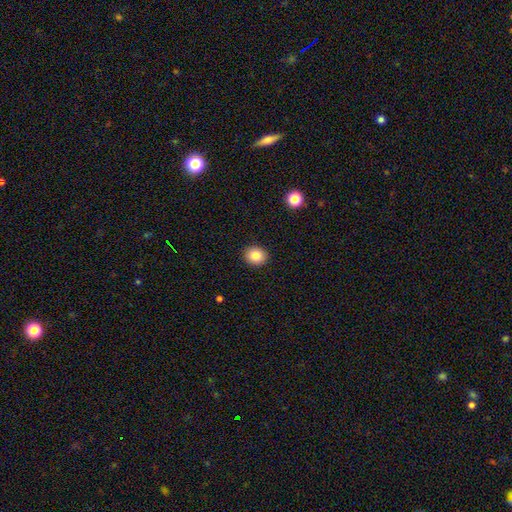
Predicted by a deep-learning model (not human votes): The model was most divided on "how rounded": round: 81%, in between: 18%, cigar-shaped: 1%. More confident: merging — none (92%); smooth or featured — smooth (83%).